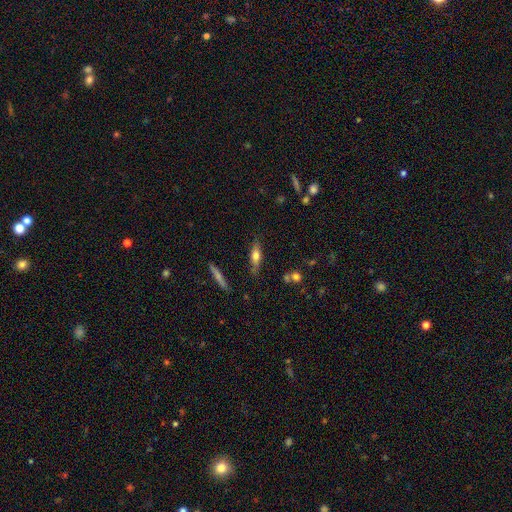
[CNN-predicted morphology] Smooth or featured: smooth — 58% (featured or disk — 35%)
How rounded: cigar-shaped — 58% (in between — 39%)
Merging: none — 77% (minor disturbance — 16%)